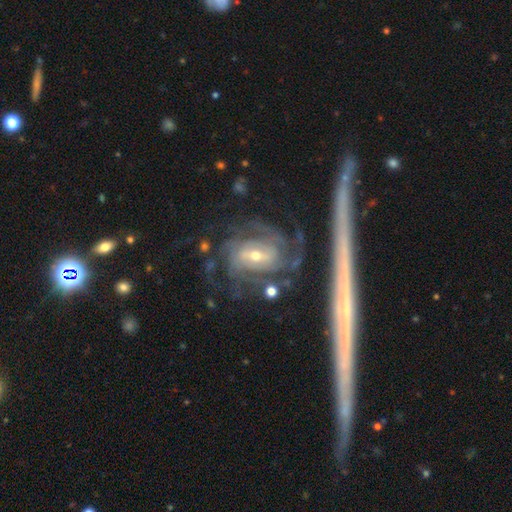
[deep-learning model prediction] This appears to be a featured or disk galaxy (84%) with a weak bar (42%), tight (60%) spiral arms (93%) and a moderate central bulge (51%). Merging: none (64%).